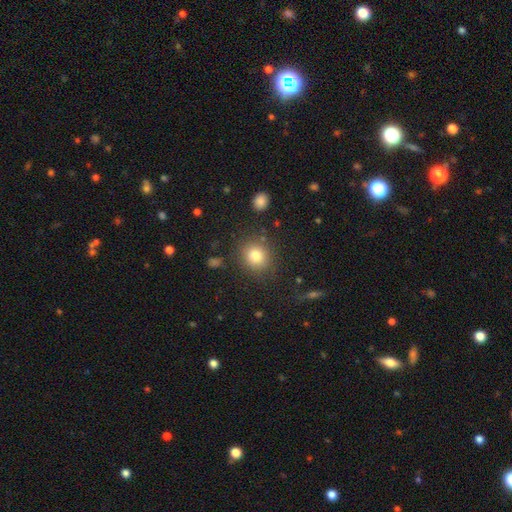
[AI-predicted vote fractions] Smooth or featured? Predicted: smooth (p=0.79). How rounded? Predicted: round (p=0.83). Merging? Predicted: none (p=0.84).